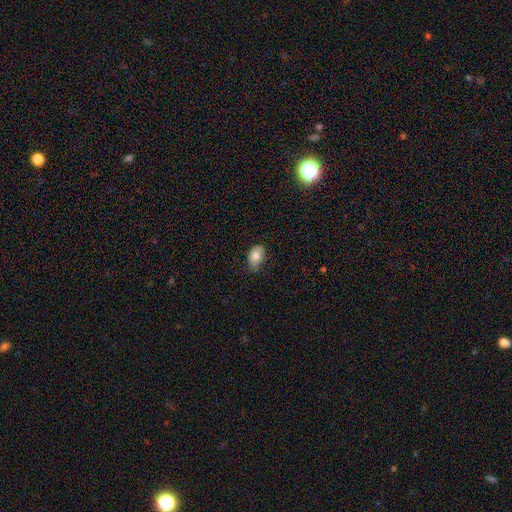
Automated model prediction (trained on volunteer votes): Overall: smooth (76%). How rounded: in between (84%). Merging: none (51%; minor disturbance 38%).